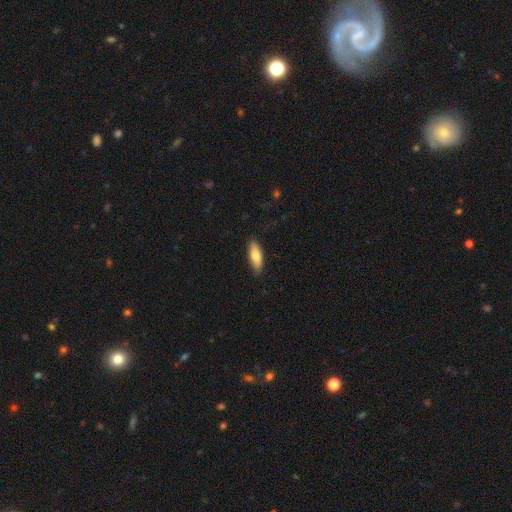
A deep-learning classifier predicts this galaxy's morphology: Smooth or featured? Predicted: smooth (p=0.77). How rounded? Predicted: in between (p=0.62). Merging? Predicted: none (p=0.83).